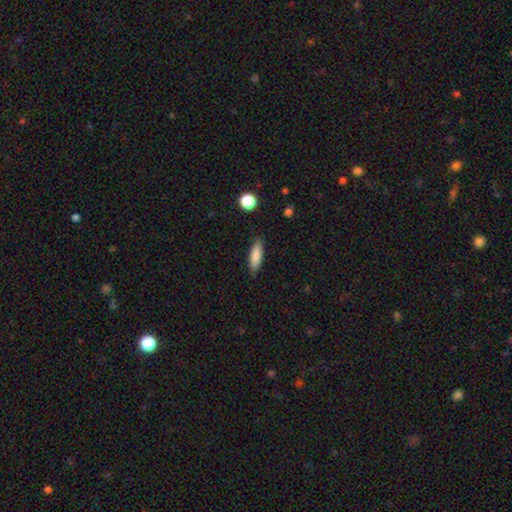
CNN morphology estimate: smooth-or-featured: smooth: 83% | featured or disk: 10% | star or artifact: 7%
  how-rounded: cigar-shaped: 53% | in between: 45% | round: 2%
  merging: none: 85% | minor disturbance: 11% | major disturbance: 2% | merger: 1%